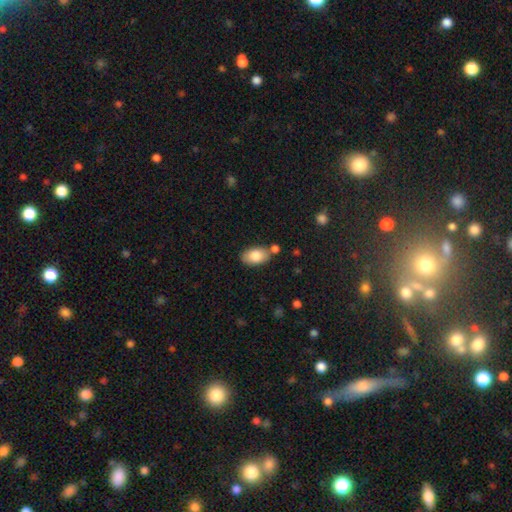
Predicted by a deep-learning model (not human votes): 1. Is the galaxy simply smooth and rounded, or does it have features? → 83% smooth, 10% featured or disk, 7% star or artifact.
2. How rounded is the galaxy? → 92% in between, 7% round, 2% cigar-shaped.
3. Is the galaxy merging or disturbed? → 73% none, 13% minor disturbance, 10% merger, 3% major disturbance.